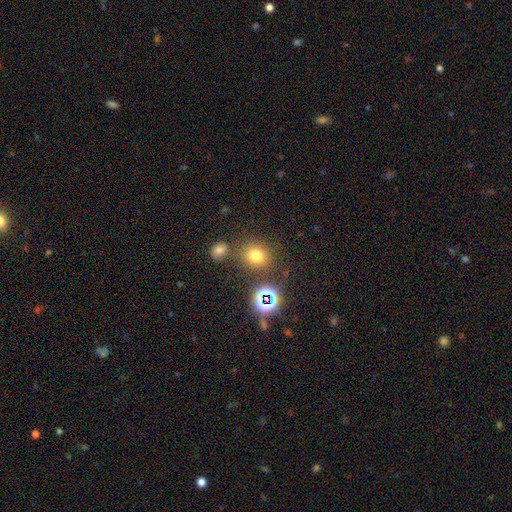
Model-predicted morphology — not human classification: type=smooth (68%); roundness=round (80%); merging=none (78%).